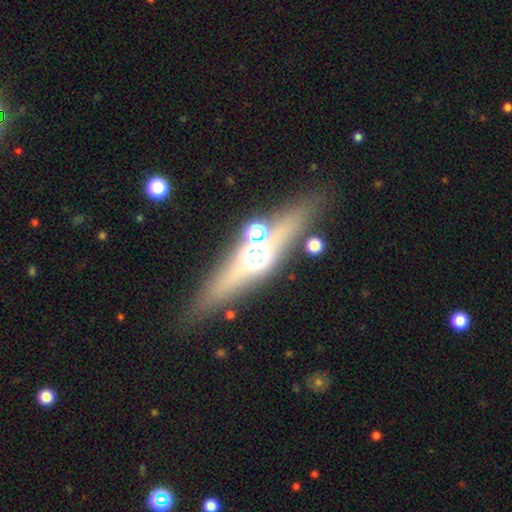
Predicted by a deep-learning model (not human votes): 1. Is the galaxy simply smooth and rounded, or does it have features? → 60% featured or disk, 27% smooth, 14% star or artifact.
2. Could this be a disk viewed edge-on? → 87% yes, 13% no.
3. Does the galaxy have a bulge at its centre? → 92% rounded, 5% boxy, 4% none.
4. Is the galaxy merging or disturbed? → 82% none, 9% minor disturbance, 5% merger, 3% major disturbance.